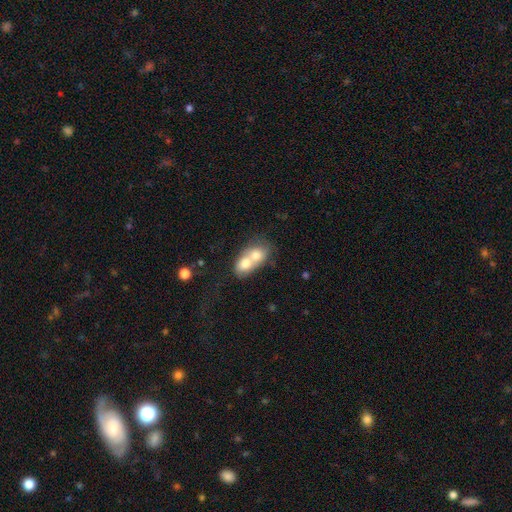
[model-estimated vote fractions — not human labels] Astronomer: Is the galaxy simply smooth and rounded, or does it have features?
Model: smooth — 68%.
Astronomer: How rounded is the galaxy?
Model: in between — 56% (runner-up: round, 42%).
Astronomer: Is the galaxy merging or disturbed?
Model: merger — 78%.